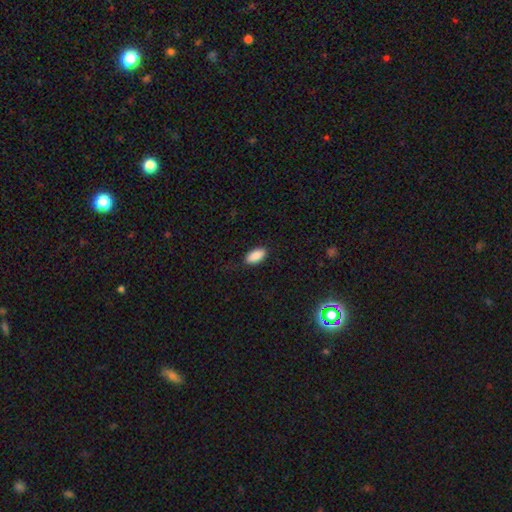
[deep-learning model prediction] smooth 88%, star or artifact 7%, featured or disk 4%. Down the decision tree: how rounded — in between (92%); merging — none (84%).